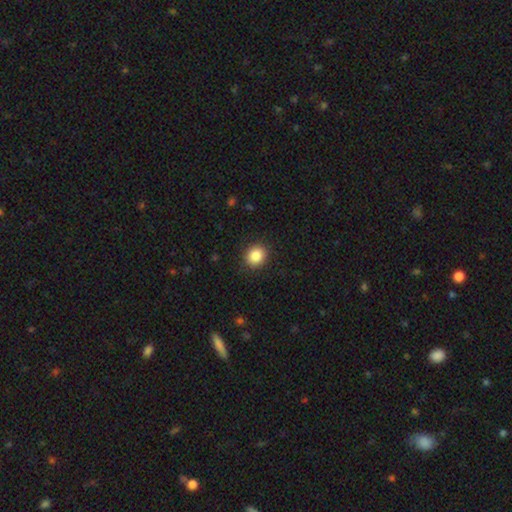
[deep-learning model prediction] Morphology: type=smooth (87%); roundness=round (70%); merging=none (89%).